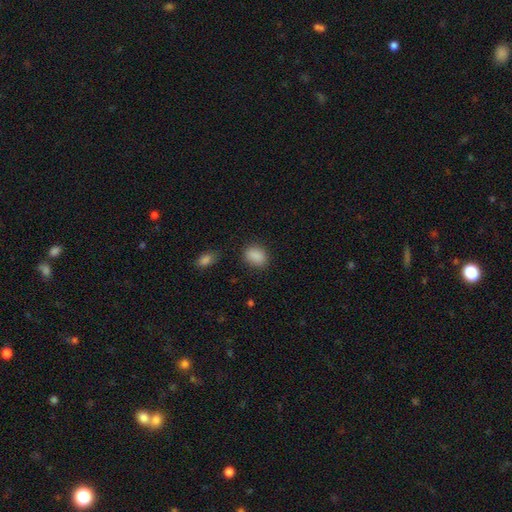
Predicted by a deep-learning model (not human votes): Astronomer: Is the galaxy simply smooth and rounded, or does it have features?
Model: smooth — 87%.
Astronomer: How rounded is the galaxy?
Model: in between — 72%.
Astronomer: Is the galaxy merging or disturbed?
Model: none — 81%.